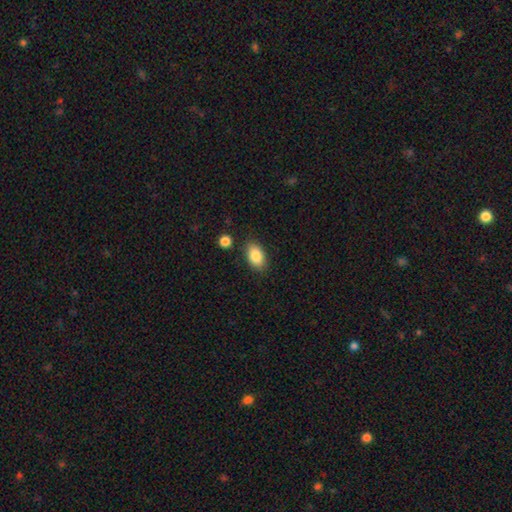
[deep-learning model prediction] This is clearly a smooth galaxy (86%). How rounded: clearly in between (90%). Merging: clearly none (83%).